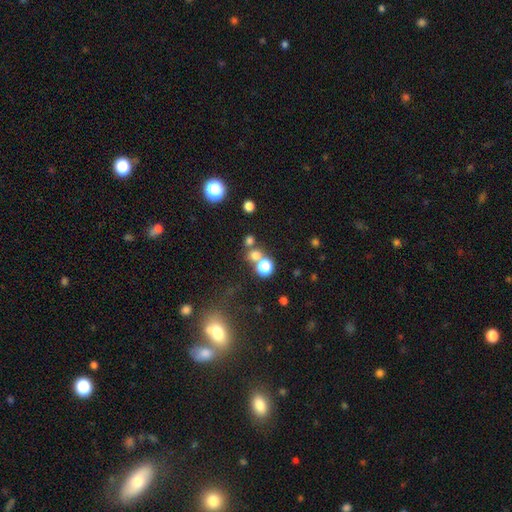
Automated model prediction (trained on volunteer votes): Smooth or featured? Predicted: smooth (p=0.66). How rounded? Predicted: round (p=0.82). Merging? Predicted: none (p=0.58).